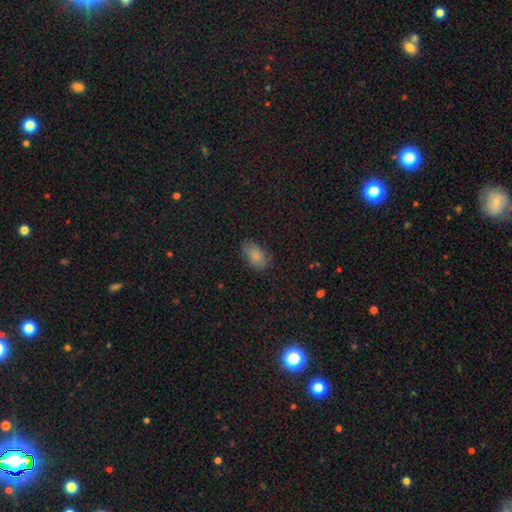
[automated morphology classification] Q: Smooth or featured?
A: smooth (82%); runner-up: star or artifact (9%)
Q: How rounded?
A: in between (90%); runner-up: round (8%)
Q: Merging?
A: none (73%); runner-up: minor disturbance (21%)